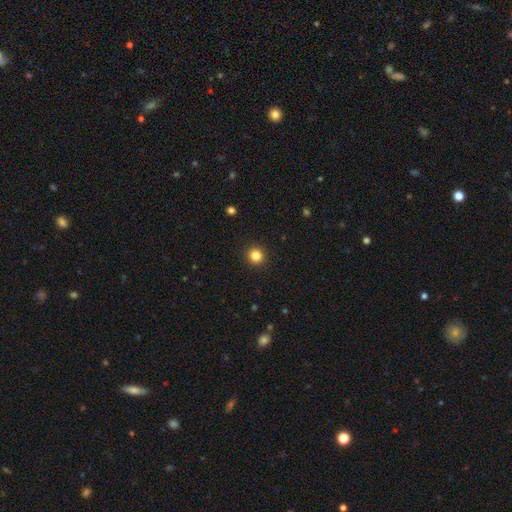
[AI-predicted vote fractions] Smooth or featured?
  - smooth: 84% *
  - star or artifact: 12%
  - featured or disk: 4%
How rounded?
  - round: 93% *
  - in between: 6%
  - cigar-shaped: 1%
Merging?
  - none: 93% *
  - minor disturbance: 5%
  - major disturbance: 2%
  - merger: 1%